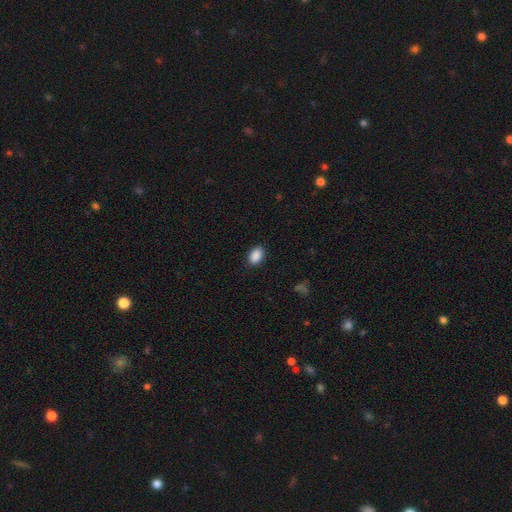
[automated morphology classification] Q: Smooth or featured?
A: smooth (90%); runner-up: star or artifact (8%)
Q: How rounded?
A: in between (85%); runner-up: round (14%)
Q: Merging?
A: none (88%); runner-up: minor disturbance (9%)